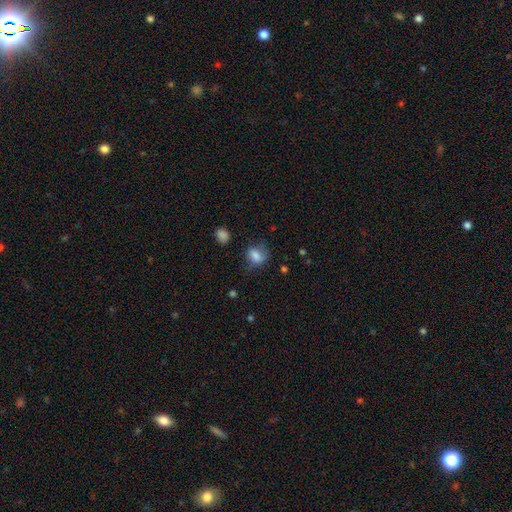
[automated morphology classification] This is likely a smooth galaxy (78%). How rounded: likely in between (60%). Merging: possibly none (58%).